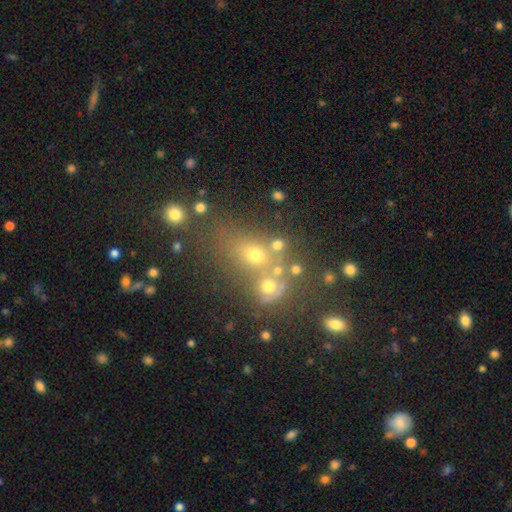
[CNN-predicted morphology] smooth_or_featured: smooth (p=0.55) [alt: star or artifact p=0.27]
how_rounded: round (p=0.52) [alt: in between p=0.45]
merging: none (p=0.47) [alt: merger p=0.33]